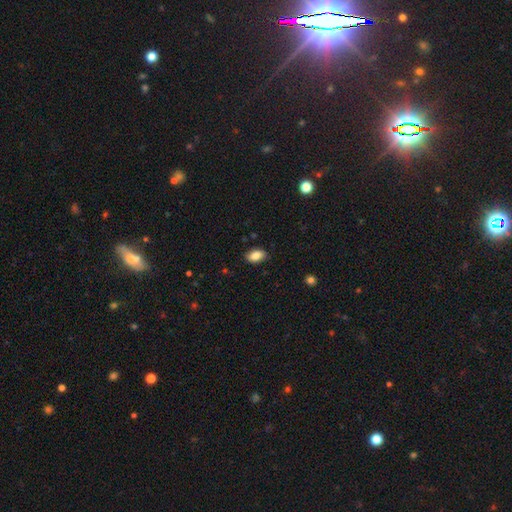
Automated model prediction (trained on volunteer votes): The model was most divided on "merging": none: 86%, minor disturbance: 11%, major disturbance: 2%, merger: 1%. More confident: how rounded — in between (90%); smooth or featured — smooth (87%).